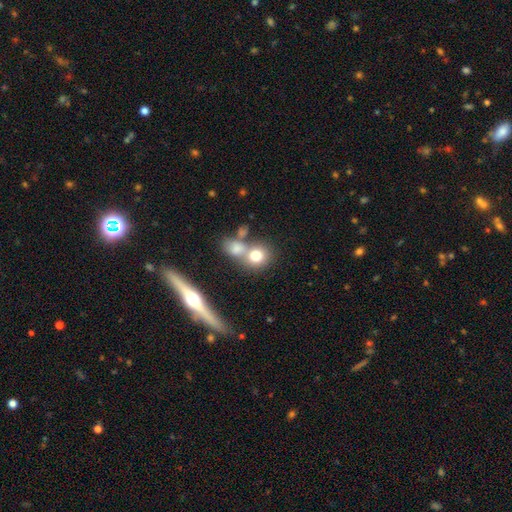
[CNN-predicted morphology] Q: Smooth or featured?
A: smooth (74%); runner-up: featured or disk (14%)
Q: How rounded?
A: round (76%); runner-up: in between (22%)
Q: Merging?
A: none (45%); runner-up: merger (40%)